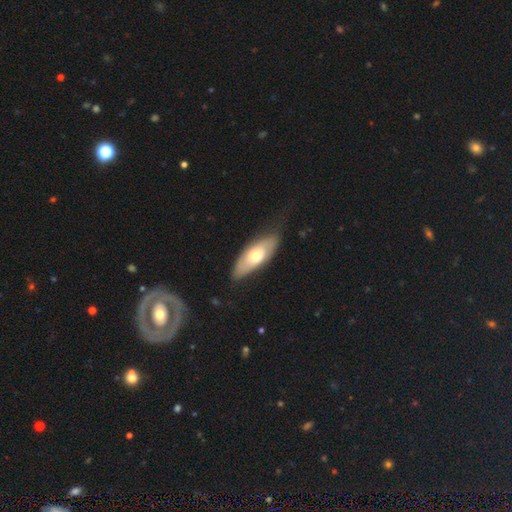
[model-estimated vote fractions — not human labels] smooth_or_featured: smooth (p=0.59) [alt: featured or disk p=0.35]
how_rounded: in between (p=0.75) [alt: cigar-shaped p=0.23]
merging: none (p=0.73) [alt: minor disturbance p=0.20]